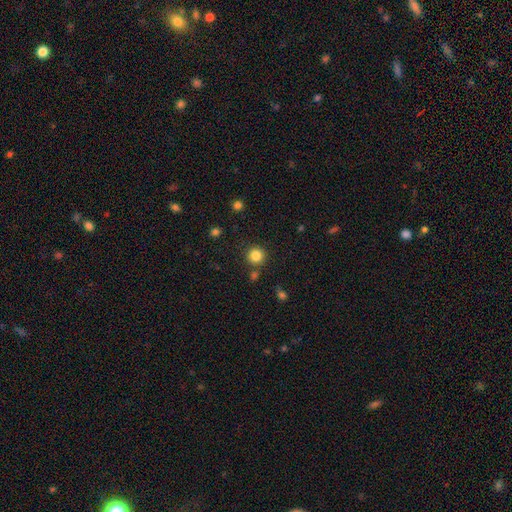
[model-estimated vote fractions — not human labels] This appears to be a smooth galaxy with no disk features (84%) that is round (94%). Merging: none (86%).